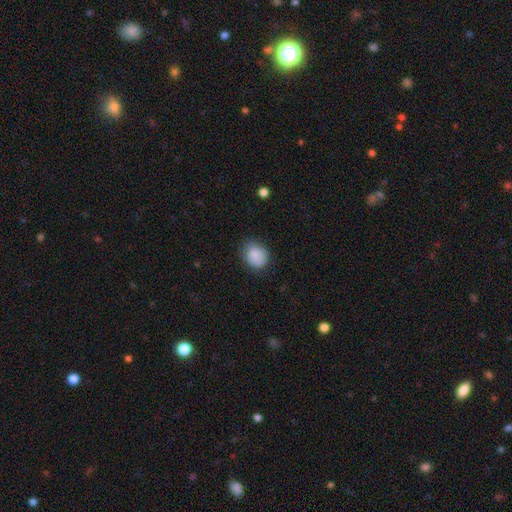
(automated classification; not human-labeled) Q: Smooth or featured?
A: smooth (86%); runner-up: star or artifact (8%)
Q: How rounded?
A: round (53%); runner-up: in between (47%)
Q: Merging?
A: none (73%); runner-up: minor disturbance (22%)